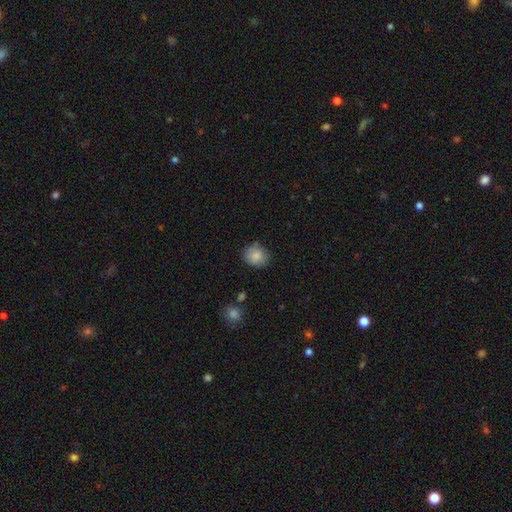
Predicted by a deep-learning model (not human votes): The model was most divided on "how rounded": round: 72%, in between: 27%, cigar-shaped: 1%. More confident: smooth or featured — smooth (85%); merging — none (81%).